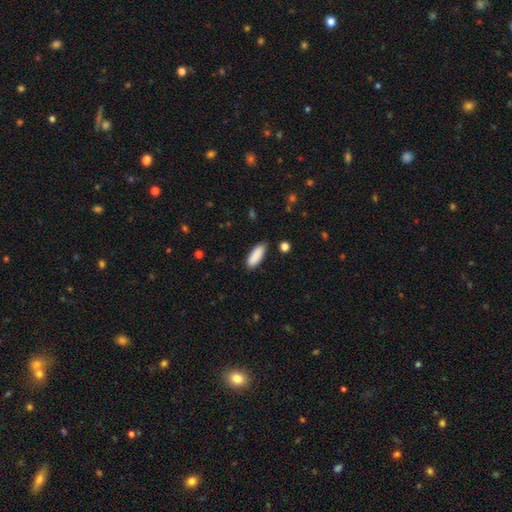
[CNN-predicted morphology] Smooth or featured? smooth (90%)
How rounded? in between (63%)
Merging? none (85%)